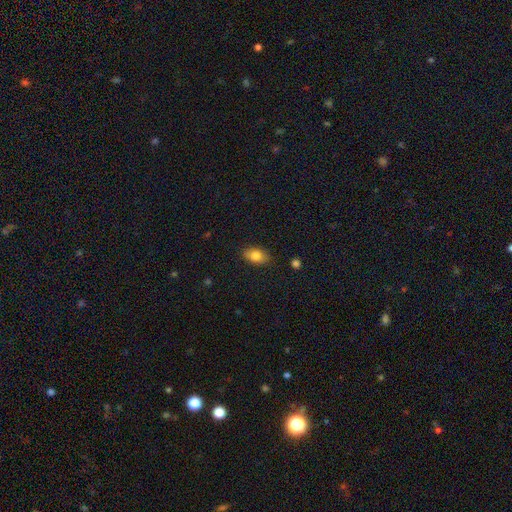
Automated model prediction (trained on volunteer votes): smooth 82%, featured or disk 10%, star or artifact 8%. Down the decision tree: how rounded — in between (88%); merging — none (86%).